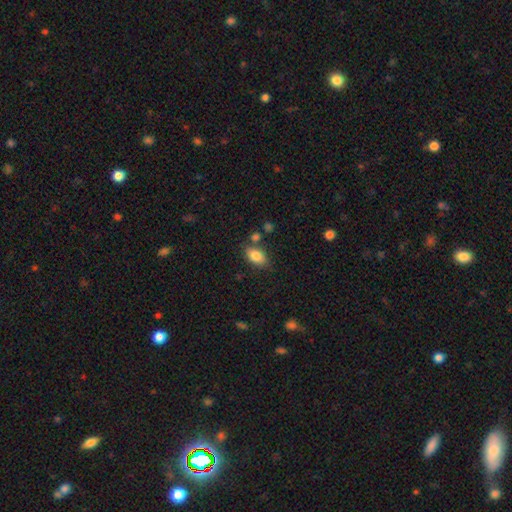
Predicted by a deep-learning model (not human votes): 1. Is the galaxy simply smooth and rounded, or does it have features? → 84% smooth, 8% star or artifact, 8% featured or disk.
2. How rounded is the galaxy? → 89% in between, 8% round, 3% cigar-shaped.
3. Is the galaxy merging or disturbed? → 73% none, 15% minor disturbance, 8% merger, 4% major disturbance.